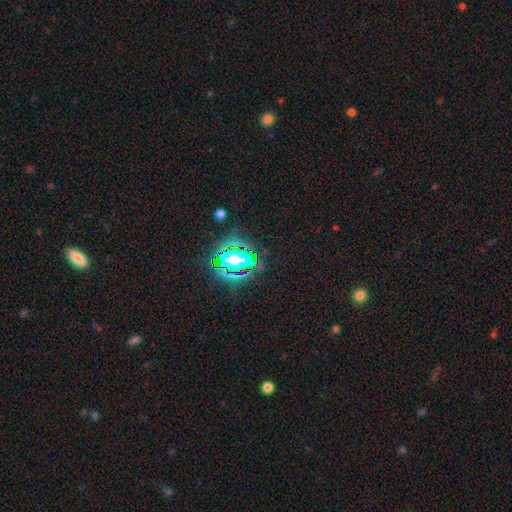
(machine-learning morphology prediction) This appears to be a star or artifact, not a galaxy (82%).